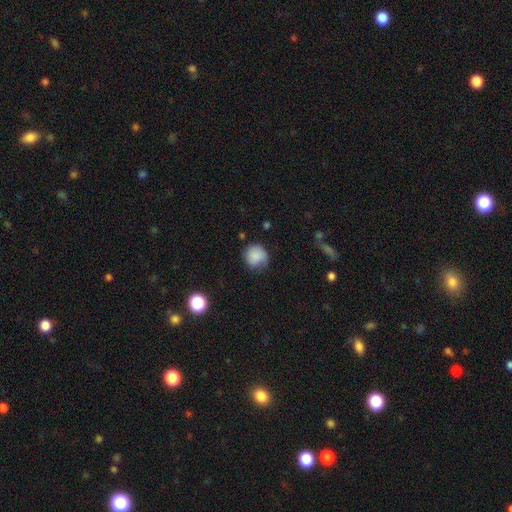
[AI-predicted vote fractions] smooth_or_featured: smooth (p=0.85) [alt: star or artifact p=0.09]
how_rounded: round (p=0.88) [alt: in between p=0.11]
merging: none (p=0.67) [alt: minor disturbance p=0.25]